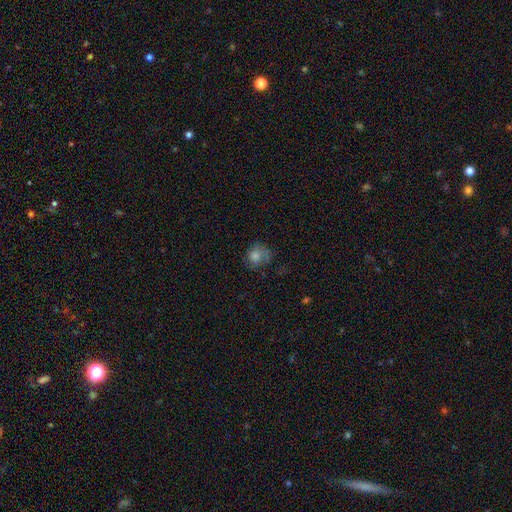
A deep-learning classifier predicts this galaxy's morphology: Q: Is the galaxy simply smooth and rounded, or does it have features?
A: smooth — 70%.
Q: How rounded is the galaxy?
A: round — 74%.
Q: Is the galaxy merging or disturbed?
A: none — 53%.